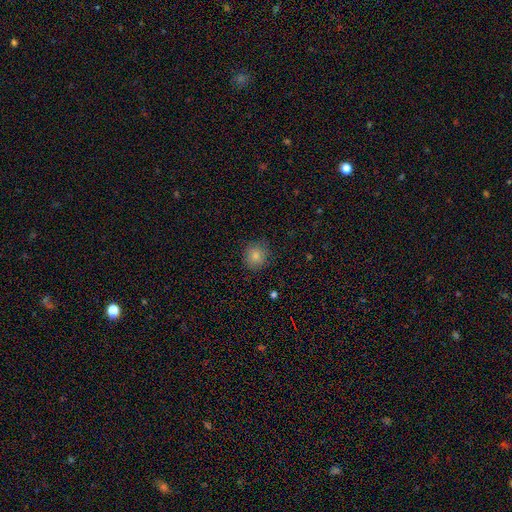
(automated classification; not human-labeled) Overall: smooth (82%). How rounded: round (86%). Merging: none (85%).